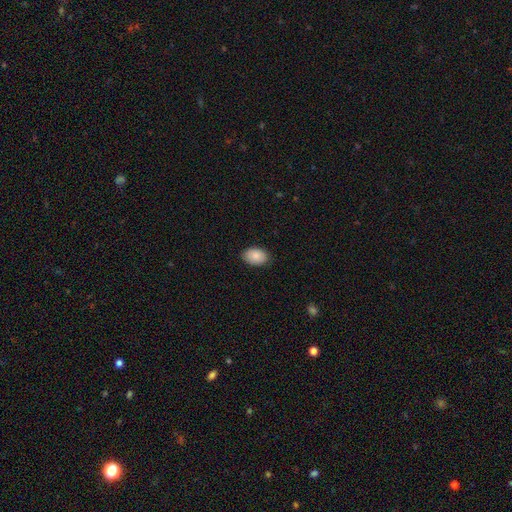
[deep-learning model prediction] This is clearly a smooth galaxy (87%). How rounded: clearly in between (88%). Merging: clearly none (87%).